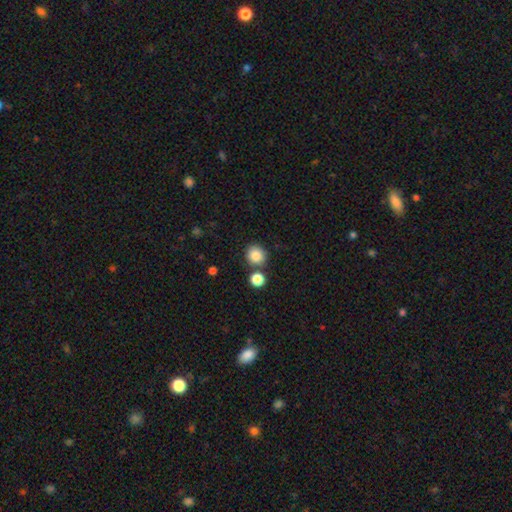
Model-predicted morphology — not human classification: smooth-or-featured: smooth: 86% | star or artifact: 10% | featured or disk: 5%
  how-rounded: round: 88% | in between: 11% | cigar-shaped: 1%
  merging: none: 76% | merger: 12% | minor disturbance: 9% | major disturbance: 3%